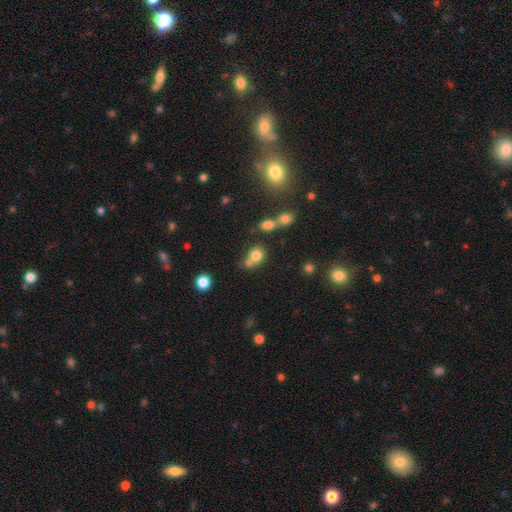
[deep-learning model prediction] Smooth or featured?
  - smooth: 76% *
  - star or artifact: 13%
  - featured or disk: 11%
How rounded?
  - round: 59% *
  - in between: 39%
  - cigar-shaped: 1%
Merging?
  - merger: 45% *
  - none: 39%
  - minor disturbance: 11%
  - major disturbance: 5%